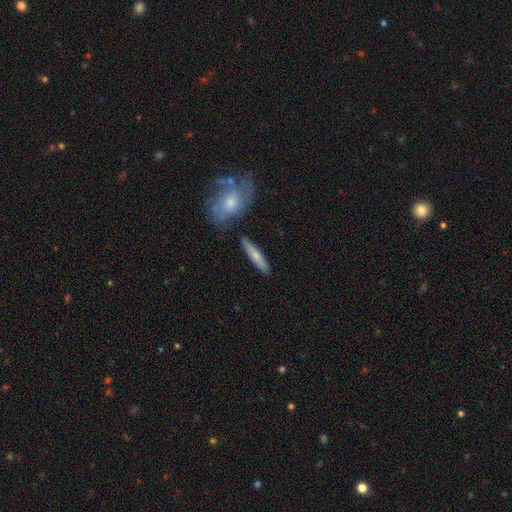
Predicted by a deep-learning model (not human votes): Overall: smooth (64%; featured or disk 31%). How rounded: cigar-shaped (85%). Merging: none (83%).